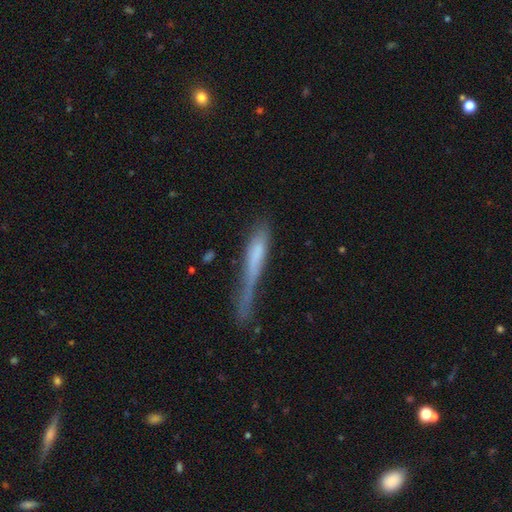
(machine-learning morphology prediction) smooth 59%, featured or disk 32%, star or artifact 9%. Down the decision tree: how rounded — cigar-shaped (90%); merging — none (32%).